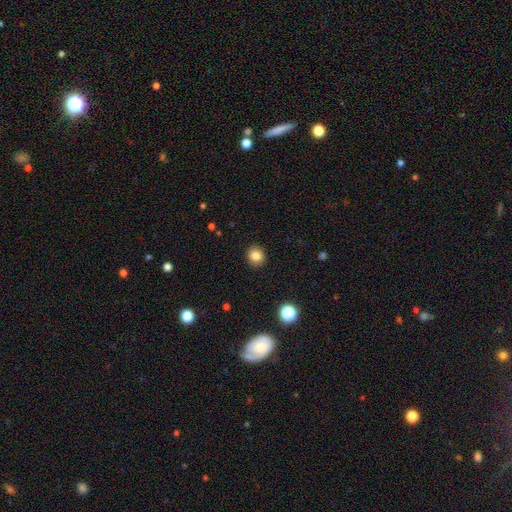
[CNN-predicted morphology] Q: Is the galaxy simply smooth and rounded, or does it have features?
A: smooth — 83%.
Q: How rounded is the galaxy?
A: round — 85%.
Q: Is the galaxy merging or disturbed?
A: none — 91%.